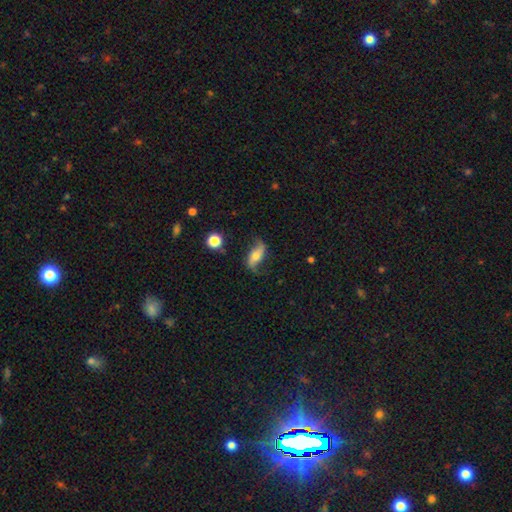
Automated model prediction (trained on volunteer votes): Morphology: type=featured or disk (72%); edge-on=no (90%); bar=no (49%); spiral arms=yes (92%); winding=loose (87%); arm count=2 (92%); bulge=moderate (48%); merging=none (71%).